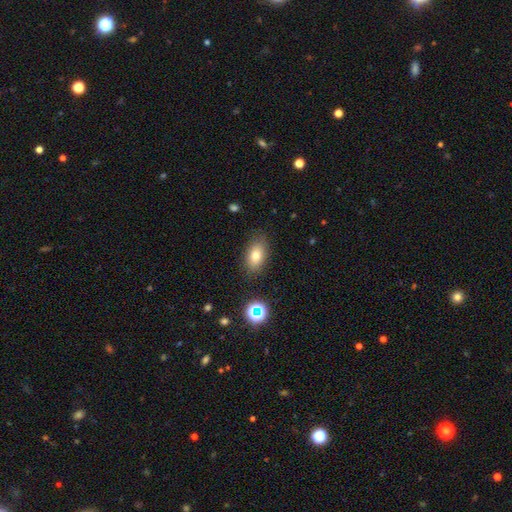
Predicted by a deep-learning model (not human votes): Smooth or featured?
  - smooth: 76% *
  - featured or disk: 13%
  - star or artifact: 11%
How rounded?
  - in between: 86% *
  - round: 10%
  - cigar-shaped: 4%
Merging?
  - none: 83% *
  - minor disturbance: 12%
  - major disturbance: 3%
  - merger: 2%